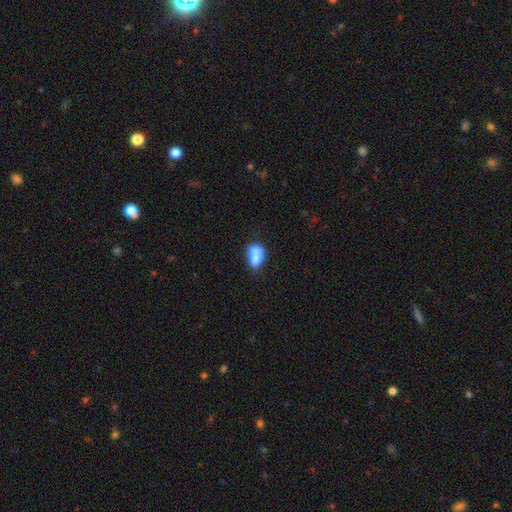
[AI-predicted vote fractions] The model was most divided on "merging": none: 39%, merger: 33%, minor disturbance: 19%, major disturbance: 9%. More confident: how rounded — in between (78%); smooth or featured — smooth (74%).